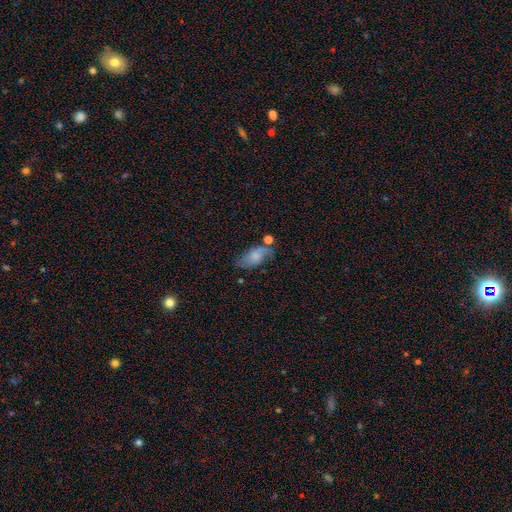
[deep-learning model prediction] smooth-or-featured: smooth: 53% | featured or disk: 38% | star or artifact: 9%
  how-rounded: in between: 88% | cigar-shaped: 7% | round: 5%
  merging: none: 55% | minor disturbance: 25% | major disturbance: 10% | merger: 10%